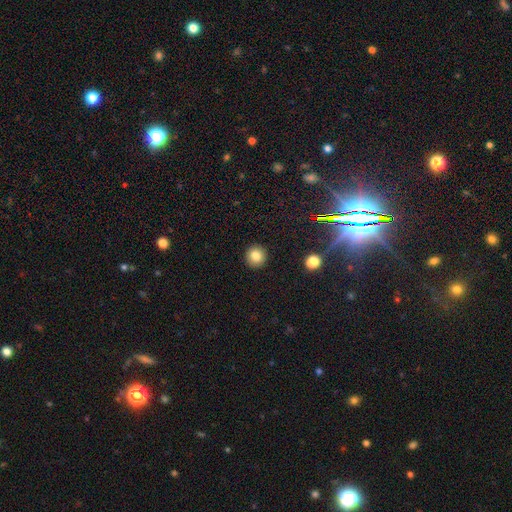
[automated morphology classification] smooth-or-featured: smooth: 82% | star or artifact: 11% | featured or disk: 7%
  how-rounded: round: 93% | in between: 6% | cigar-shaped: 1%
  merging: none: 92% | minor disturbance: 5% | major disturbance: 2% | merger: 1%